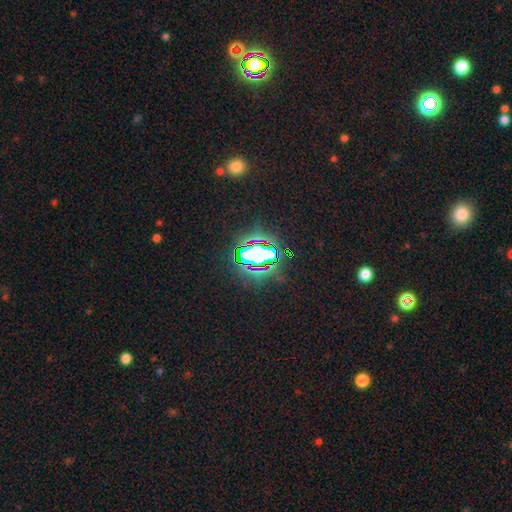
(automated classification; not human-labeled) This appears to be a star or artifact, not a galaxy (68%).